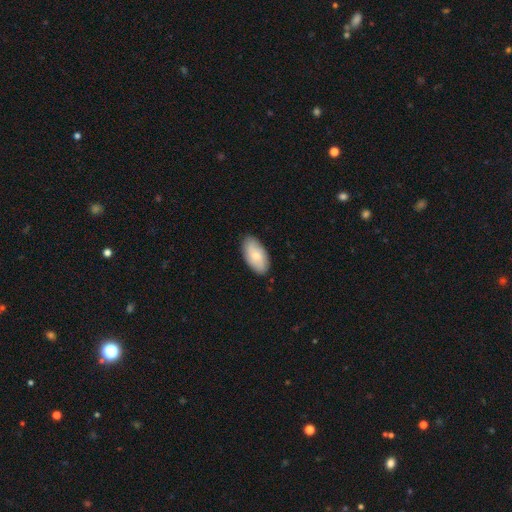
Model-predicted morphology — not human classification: A smooth galaxy with no disk features (65%) that is in between round and cigar-shaped (94%). Merging: none (86%).